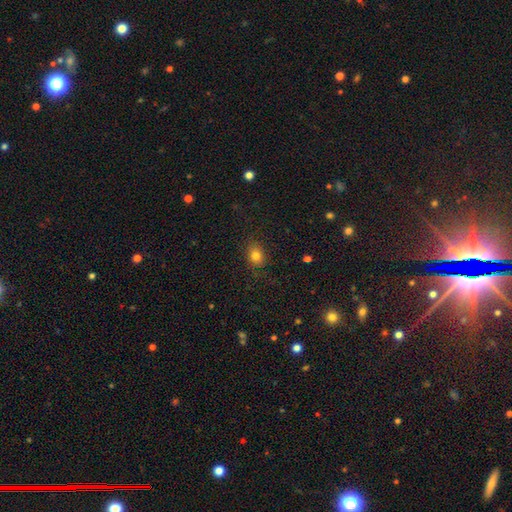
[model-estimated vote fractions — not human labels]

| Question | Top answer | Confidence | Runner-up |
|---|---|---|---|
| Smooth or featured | smooth | 81% | star or artifact (12%) |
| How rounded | in between | 52% | round (46%) |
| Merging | none | 81% | minor disturbance (13%) |